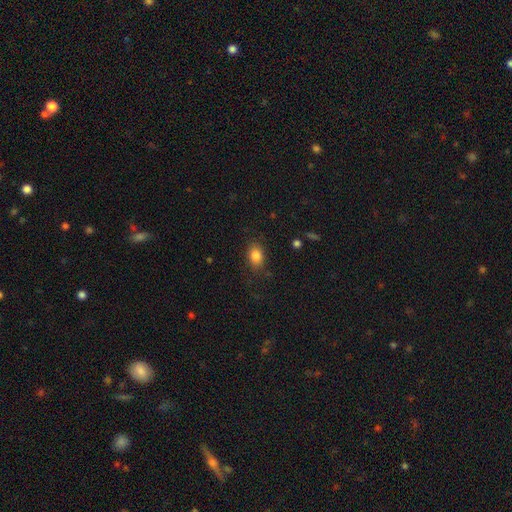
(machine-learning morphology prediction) This is clearly a smooth galaxy (84%). How rounded: likely in between (74%). Merging: clearly none (82%).